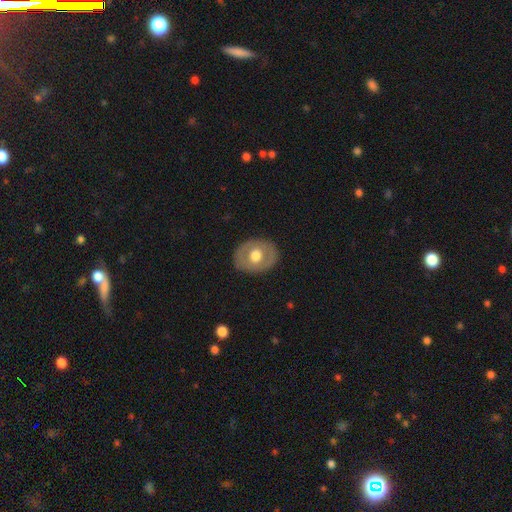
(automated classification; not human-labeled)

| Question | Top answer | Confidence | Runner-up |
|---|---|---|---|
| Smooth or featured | smooth | 50% | featured or disk (44%) |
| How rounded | in between | 52% | round (47%) |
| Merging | none | 85% | minor disturbance (11%) |